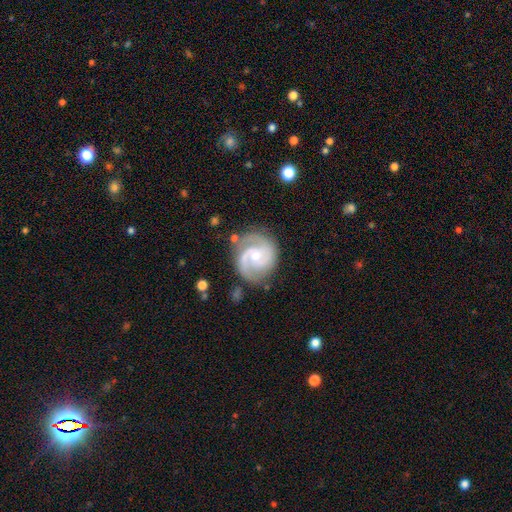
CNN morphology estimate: A featured or disk galaxy (90%) with no bar (54%), 2 (83%) medium (48%) spiral arms (98%) and a small central bulge (49%).

Vote fractions:
- Smooth or featured? featured or disk: 90% / smooth: 5% / star or artifact: 5%
- Edge-on disk? no: 98% / yes: 2%
- Bar? no: 54% / weak: 36% / strong: 10%
- Spiral arms? yes: 98% / no: 2%
- Spiral winding? medium: 48% / tight: 43% / loose: 9%
- Spiral arm count? 2: 83% / 3: 8% / can't tell: 4% / 1: 2% / 4: 2% / more than 4: 2%
- Bulge size? small: 49% / moderate: 48% / large: 1% / none: 1% / dominant: 1%
- Merging? none: 79% / minor disturbance: 15% / major disturbance: 5% / merger: 2%